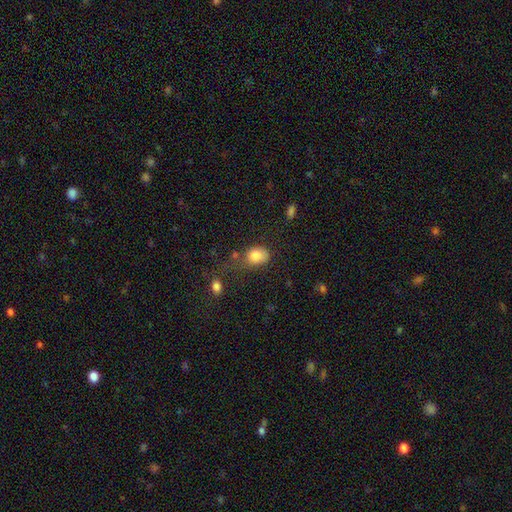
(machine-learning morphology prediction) A smooth galaxy with no disk features (83%) that is in between round and cigar-shaped (64%). Merging: none (47%).